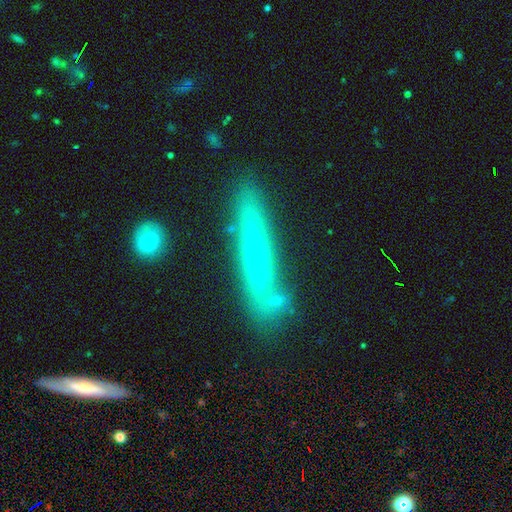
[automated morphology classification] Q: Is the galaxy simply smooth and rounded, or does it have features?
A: featured or disk — 65%.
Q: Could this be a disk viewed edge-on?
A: yes — 84%.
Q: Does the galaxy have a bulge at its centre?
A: rounded — 71%.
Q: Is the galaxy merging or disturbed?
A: none — 75%.